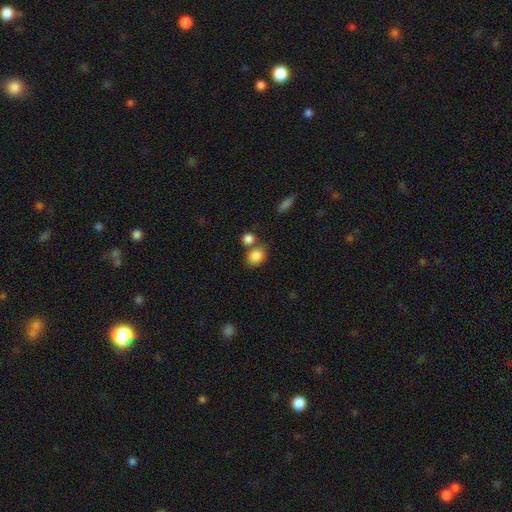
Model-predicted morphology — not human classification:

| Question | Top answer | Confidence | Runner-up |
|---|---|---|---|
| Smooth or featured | smooth | 85% | star or artifact (9%) |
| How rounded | in between | 51% | round (47%) |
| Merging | none | 58% | merger (26%) |